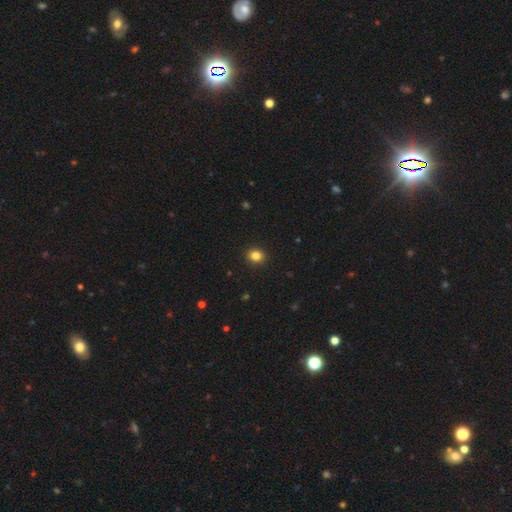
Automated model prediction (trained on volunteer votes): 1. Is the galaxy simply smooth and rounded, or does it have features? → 84% smooth, 11% star or artifact, 5% featured or disk.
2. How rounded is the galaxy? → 67% round, 32% in between, 1% cigar-shaped.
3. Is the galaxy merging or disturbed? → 92% none, 6% minor disturbance, 2% major disturbance, 1% merger.